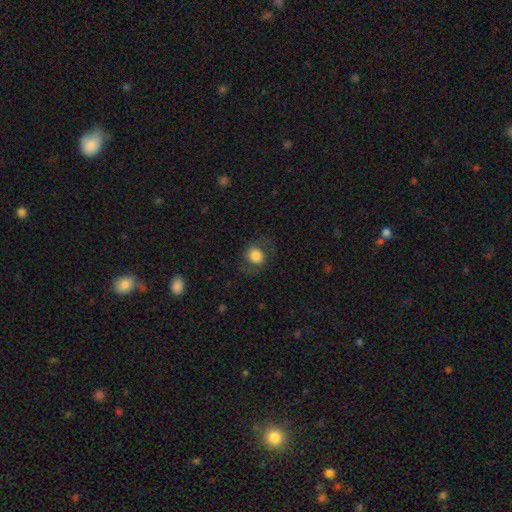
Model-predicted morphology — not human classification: A smooth galaxy with no disk features (76%) that is round (72%).

Vote fractions:
- Smooth or featured? smooth: 76% / featured or disk: 16% / star or artifact: 9%
- How rounded? round: 72% / in between: 27% / cigar-shaped: 1%
- Merging? none: 75% / minor disturbance: 14% / major disturbance: 9% / merger: 1%